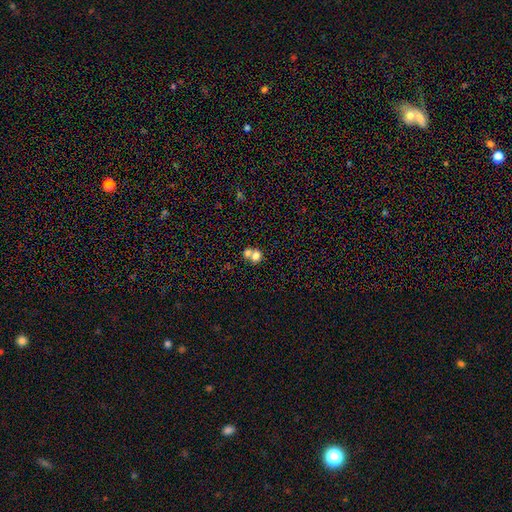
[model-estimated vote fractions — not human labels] Morphology: type=smooth (73%); roundness=round (67%); merging=merger (54%).